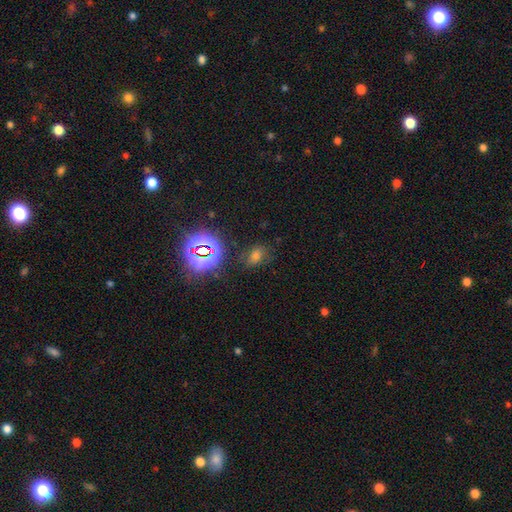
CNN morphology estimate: Smooth or featured? star or artifact (44%, tied with smooth)